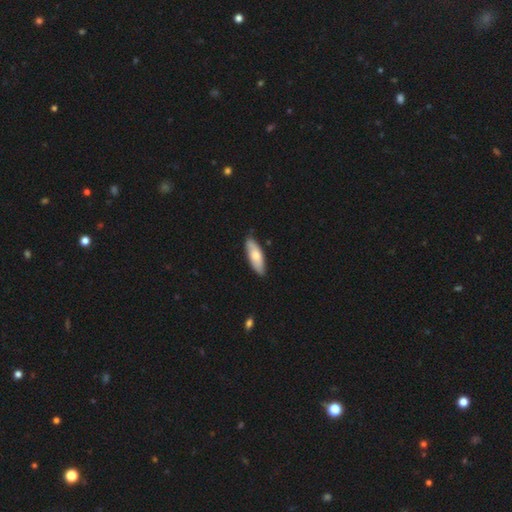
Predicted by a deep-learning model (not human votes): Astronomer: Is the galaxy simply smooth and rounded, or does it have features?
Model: smooth — 67%.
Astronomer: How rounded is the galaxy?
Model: in between — 67%.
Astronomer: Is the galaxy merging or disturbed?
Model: none — 85%.